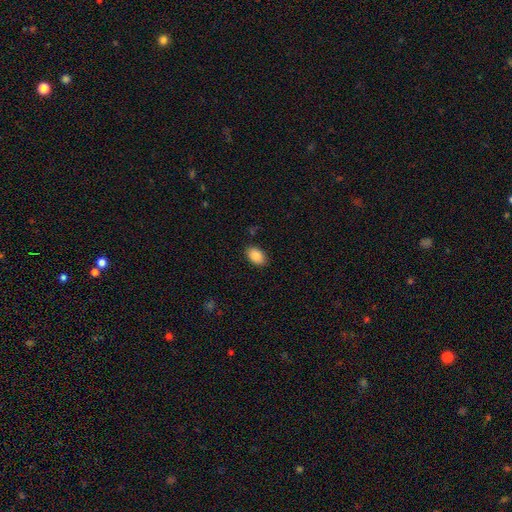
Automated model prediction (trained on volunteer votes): Morphology: type=smooth (87%); roundness=in between (90%); merging=none (87%).